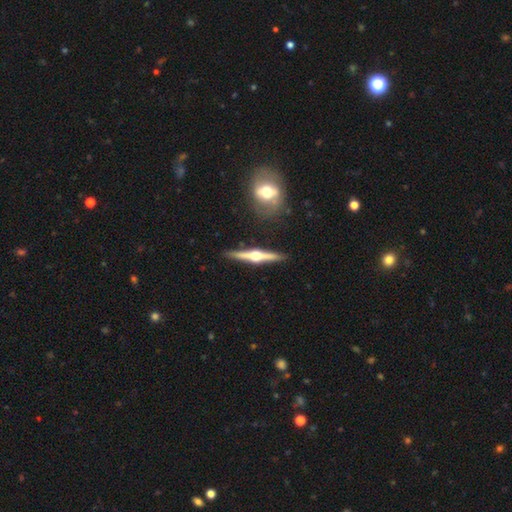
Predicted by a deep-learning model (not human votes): This is clearly a featured or disk galaxy (81%). It is clearly viewed edge-on (98%). Edge-on bulge: clearly rounded (95%). Merging: clearly none (89%).